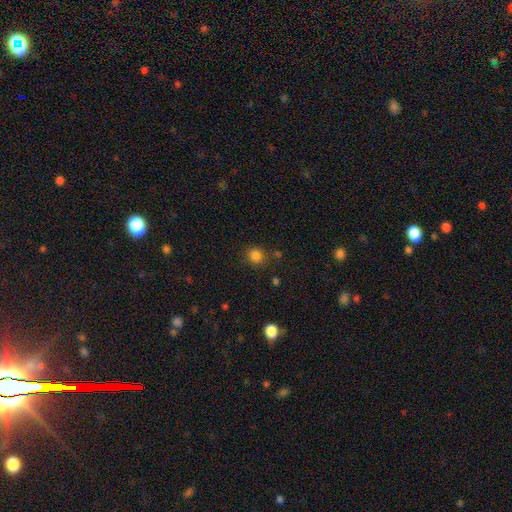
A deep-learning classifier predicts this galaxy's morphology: Smooth or featured?
  - smooth: 82% *
  - star or artifact: 14%
  - featured or disk: 5%
How rounded?
  - round: 83% *
  - in between: 16%
  - cigar-shaped: 1%
Merging?
  - none: 82% *
  - minor disturbance: 10%
  - merger: 4%
  - major disturbance: 3%